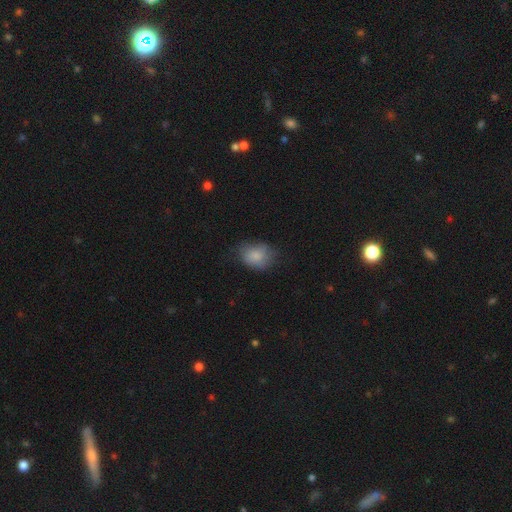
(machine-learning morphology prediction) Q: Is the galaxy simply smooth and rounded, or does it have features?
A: smooth — 80%.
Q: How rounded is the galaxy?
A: in between — 61%.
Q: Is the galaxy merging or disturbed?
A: none — 56%.